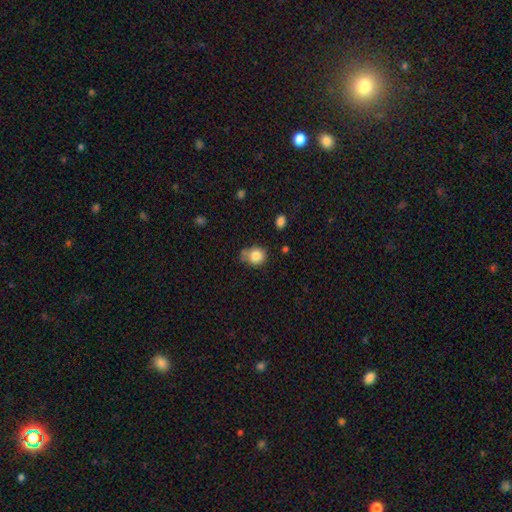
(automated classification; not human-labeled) Smooth or featured? smooth (83%)
How rounded? round (81%)
Merging? none (59%)